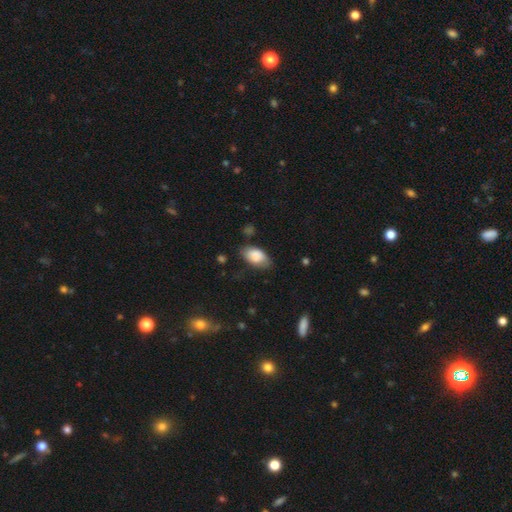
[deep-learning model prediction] smooth 83%, featured or disk 10%, star or artifact 7%. Down the decision tree: how rounded — in between (93%); merging — none (68%).